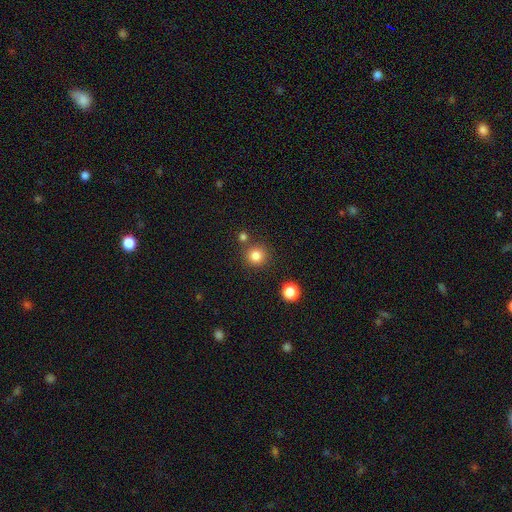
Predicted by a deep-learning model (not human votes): smooth-or-featured: smooth: 83% | star or artifact: 12% | featured or disk: 5%
  how-rounded: round: 93% | in between: 6% | cigar-shaped: 1%
  merging: none: 83% | merger: 7% | minor disturbance: 7% | major disturbance: 3%